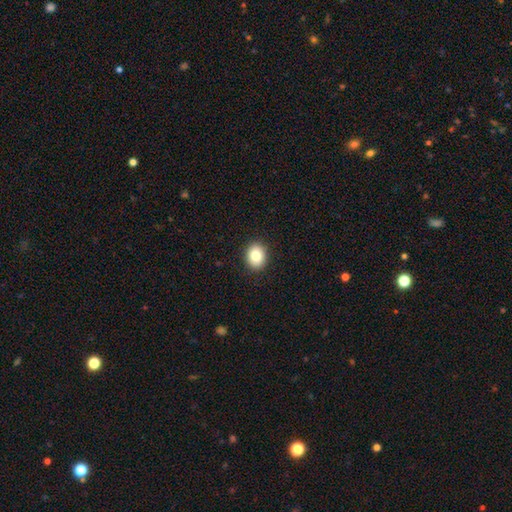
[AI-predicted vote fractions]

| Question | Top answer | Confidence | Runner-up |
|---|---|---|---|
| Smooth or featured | smooth | 81% | featured or disk (10%) |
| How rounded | round | 52% | in between (47%) |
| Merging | none | 91% | minor disturbance (7%) |